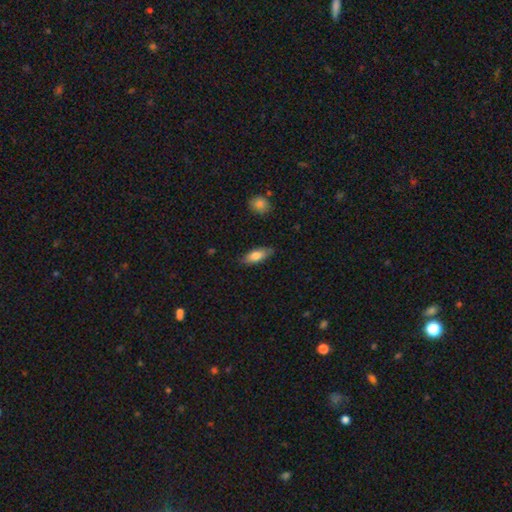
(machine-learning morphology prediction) smooth 77%, featured or disk 17%, star or artifact 6%. Down the decision tree: how rounded — in between (71%); merging — none (83%).